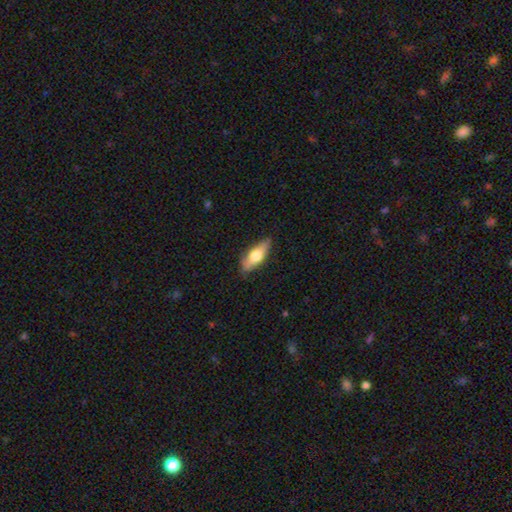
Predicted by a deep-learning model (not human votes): Smooth or featured? Predicted: smooth (p=0.57). How rounded? Predicted: in between (p=0.64). Merging? Predicted: none (p=0.77).